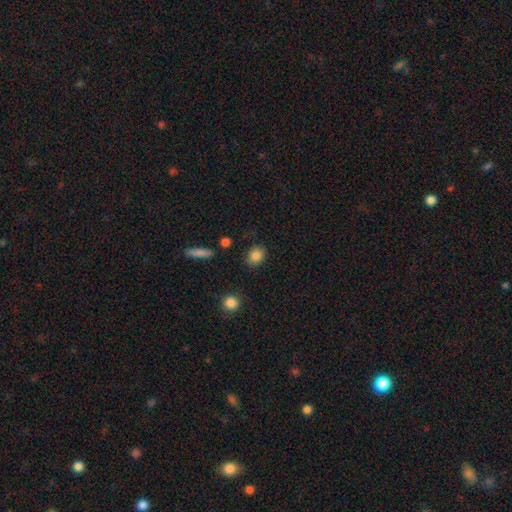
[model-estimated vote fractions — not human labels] Smooth or featured? smooth (85%)
How rounded? in between (56%)
Merging? none (84%)